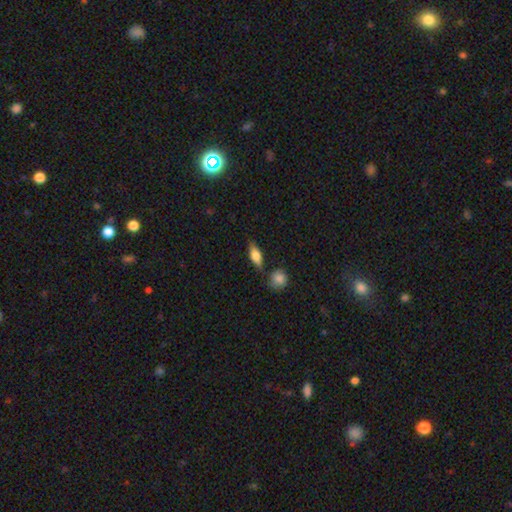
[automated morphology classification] This appears to be a smooth galaxy with no disk features (72%) that is in between round and cigar-shaped (74%). Merging: none (75%).